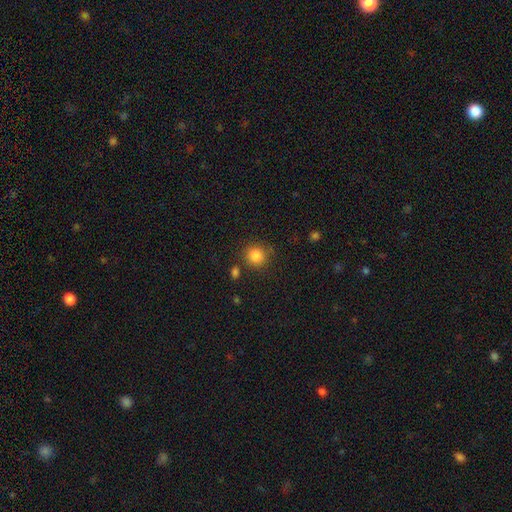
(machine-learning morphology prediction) A smooth galaxy with no disk features (85%) that is round (89%). Merging: none (81%).